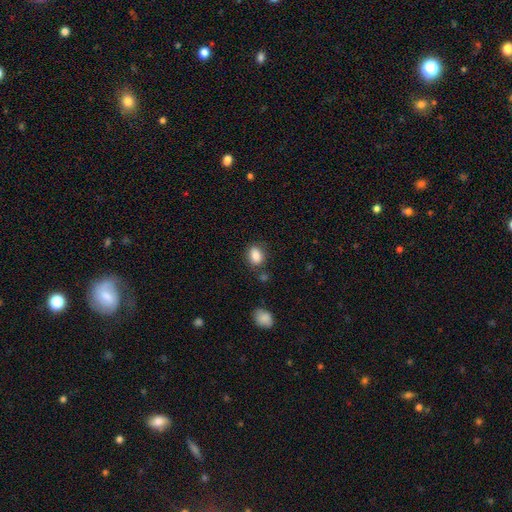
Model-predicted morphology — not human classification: A smooth galaxy with no disk features (86%) that is in between round and cigar-shaped (70%). Merging: none (76%).